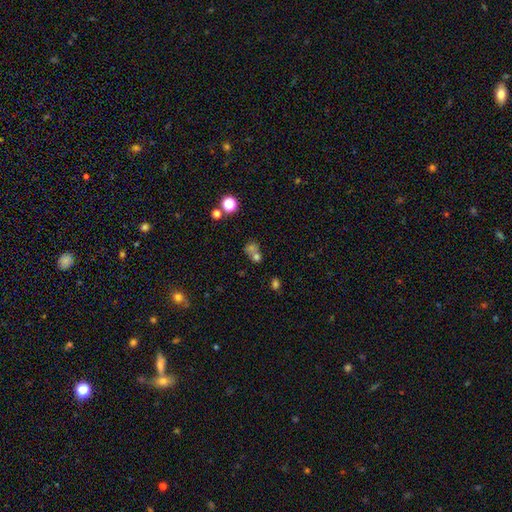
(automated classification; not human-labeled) smooth-or-featured: smooth: 60% | star or artifact: 25% | featured or disk: 15%
  how-rounded: round: 71% | in between: 28% | cigar-shaped: 2%
  merging: merger: 49% | none: 38% | minor disturbance: 7% | major disturbance: 5%